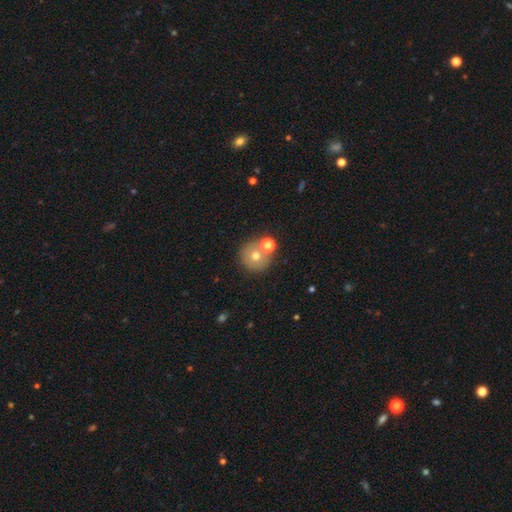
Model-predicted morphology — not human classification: Smooth or featured? Predicted: smooth (p=0.67). How rounded? Predicted: round (p=0.92). Merging? Predicted: none (p=0.62).